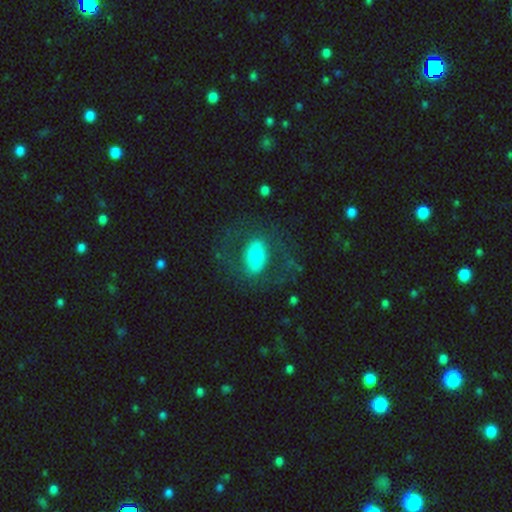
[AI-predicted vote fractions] A featured or disk galaxy (49%).

Vote fractions:
- Smooth or featured? featured or disk: 49% / smooth: 43% / star or artifact: 8%
- Merging? none: 61% / major disturbance: 22% / minor disturbance: 15% / merger: 2%